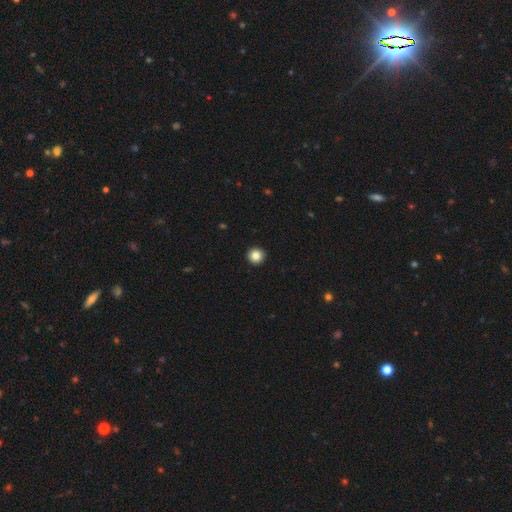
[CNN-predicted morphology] The model was most divided on "smooth or featured": smooth: 84%, star or artifact: 10%, featured or disk: 6%. More confident: how rounded — round (96%); merging — none (94%).